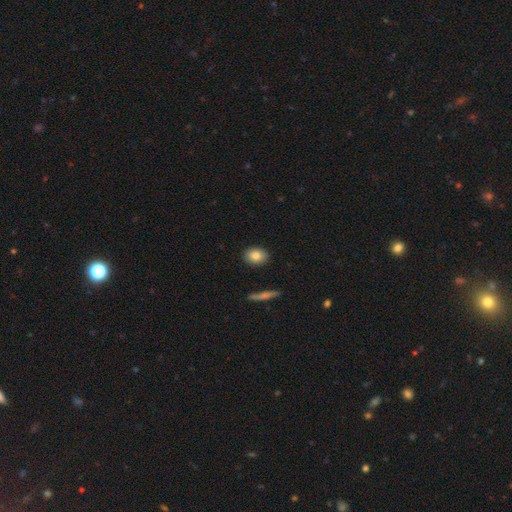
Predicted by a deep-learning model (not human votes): Smooth or featured?
  - smooth: 84% *
  - featured or disk: 8%
  - star or artifact: 8%
How rounded?
  - in between: 69% *
  - round: 29%
  - cigar-shaped: 2%
Merging?
  - none: 89% *
  - minor disturbance: 8%
  - major disturbance: 2%
  - merger: 2%